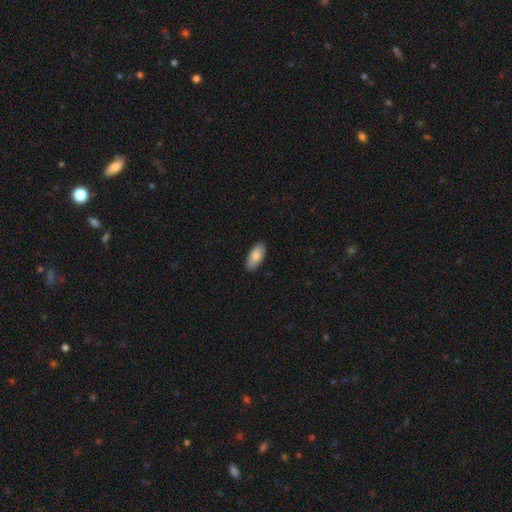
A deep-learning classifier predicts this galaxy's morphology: Overall: smooth (84%). How rounded: in between (91%). Merging: none (88%).